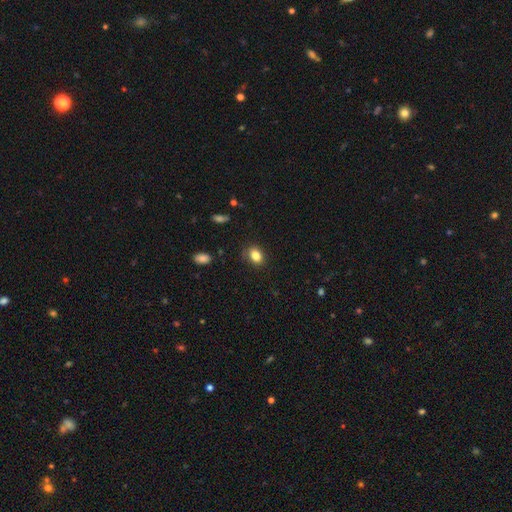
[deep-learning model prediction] This is clearly a smooth galaxy (83%). How rounded: likely in between (62%). Merging: clearly none (81%).